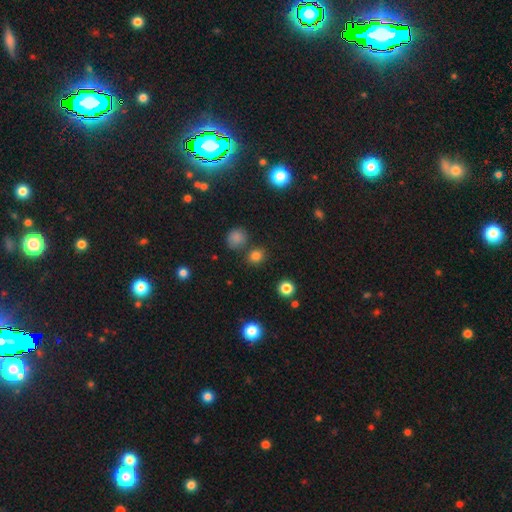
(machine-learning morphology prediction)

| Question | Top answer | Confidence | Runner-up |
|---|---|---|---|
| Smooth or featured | smooth | 78% | star or artifact (17%) |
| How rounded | round | 80% | in between (19%) |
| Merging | none | 78% | merger (10%) |